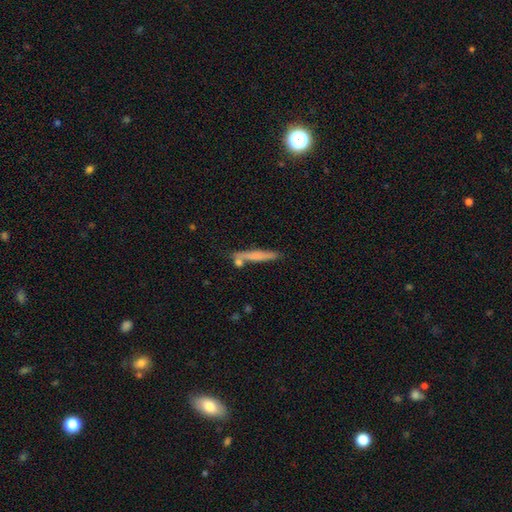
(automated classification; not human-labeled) Smooth or featured?
  - smooth: 61% *
  - featured or disk: 31%
  - star or artifact: 7%
How rounded?
  - cigar-shaped: 94% *
  - in between: 4%
  - round: 2%
Merging?
  - none: 75% *
  - minor disturbance: 12%
  - merger: 9%
  - major disturbance: 3%